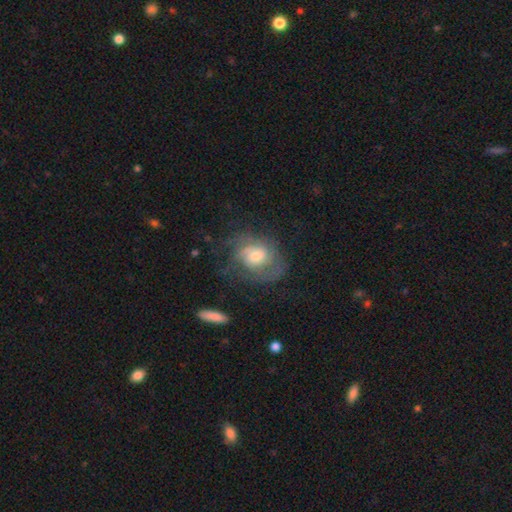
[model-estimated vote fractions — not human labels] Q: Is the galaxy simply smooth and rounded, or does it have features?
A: featured or disk — 70%.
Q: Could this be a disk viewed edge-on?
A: no — 96%.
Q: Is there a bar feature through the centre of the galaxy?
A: no — 61%.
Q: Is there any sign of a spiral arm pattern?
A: yes — 86%.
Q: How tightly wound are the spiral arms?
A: tight — 43%.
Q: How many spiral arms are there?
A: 2 — 37%.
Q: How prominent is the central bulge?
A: moderate — 56%.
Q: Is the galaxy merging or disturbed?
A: none — 58%.